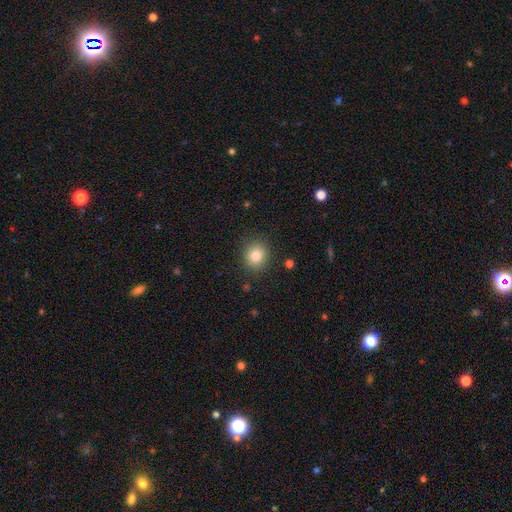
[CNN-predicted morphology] This appears to be a smooth galaxy with no disk features (82%) that is round (80%). Merging: none (88%).